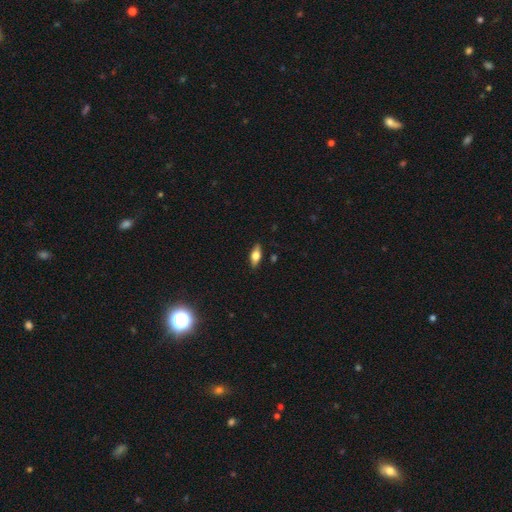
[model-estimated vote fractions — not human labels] A smooth galaxy with no disk features (59%) that is in between round and cigar-shaped (77%). Merging: none (87%).